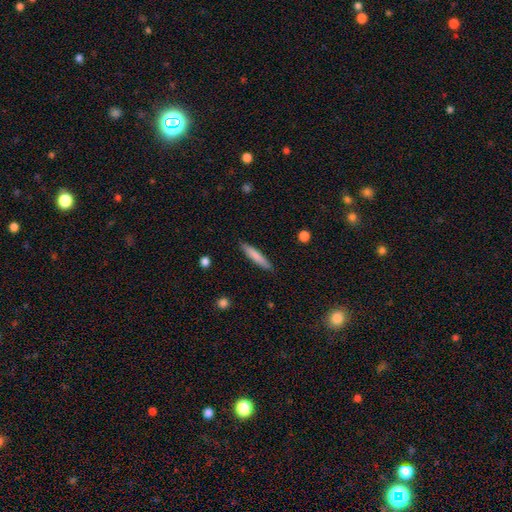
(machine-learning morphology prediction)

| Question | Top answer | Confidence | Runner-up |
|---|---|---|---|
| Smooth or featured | smooth | 78% | featured or disk (17%) |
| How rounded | cigar-shaped | 92% | in between (7%) |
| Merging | none | 89% | minor disturbance (8%) |